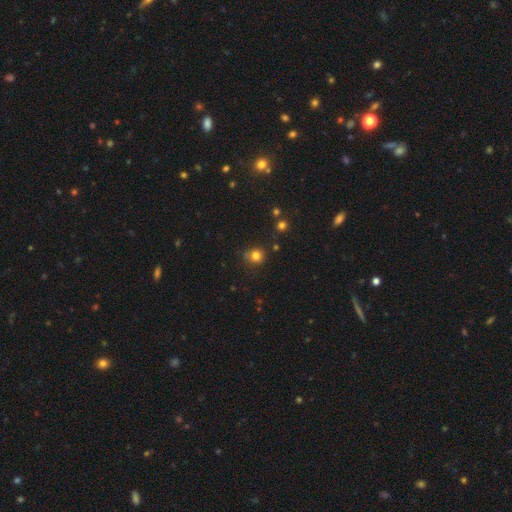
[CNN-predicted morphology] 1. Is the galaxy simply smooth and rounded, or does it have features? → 81% smooth, 14% star or artifact, 5% featured or disk.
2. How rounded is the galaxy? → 87% round, 12% in between, 1% cigar-shaped.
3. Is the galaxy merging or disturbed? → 76% none, 17% minor disturbance, 4% major disturbance, 4% merger.